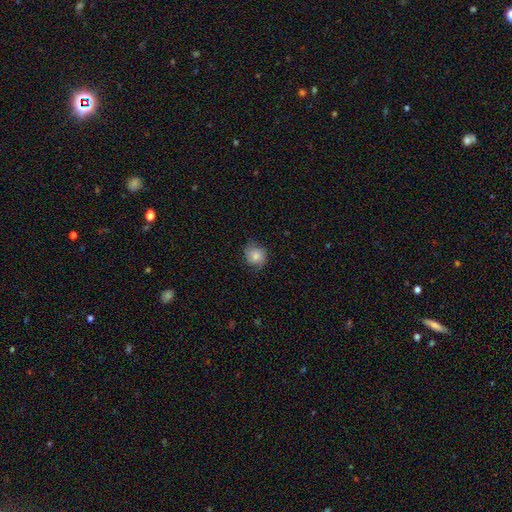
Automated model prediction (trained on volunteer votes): Q: Smooth or featured?
A: smooth (75%); runner-up: featured or disk (17%)
Q: How rounded?
A: round (77%); runner-up: in between (22%)
Q: Merging?
A: none (71%); runner-up: minor disturbance (22%)